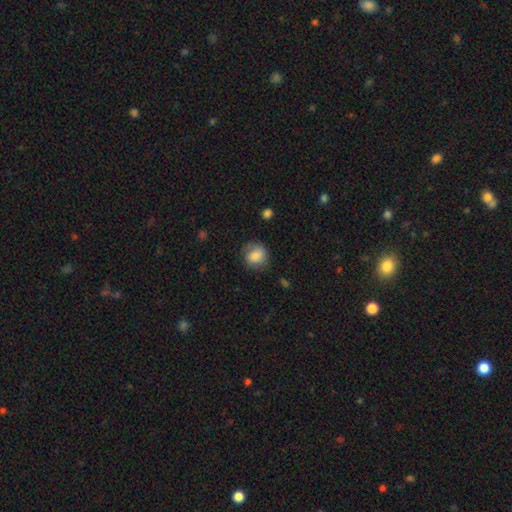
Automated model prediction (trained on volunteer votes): smooth-or-featured: smooth: 75% | featured or disk: 17% | star or artifact: 8%
  how-rounded: round: 79% | in between: 20% | cigar-shaped: 1%
  merging: none: 65% | minor disturbance: 23% | major disturbance: 10% | merger: 1%